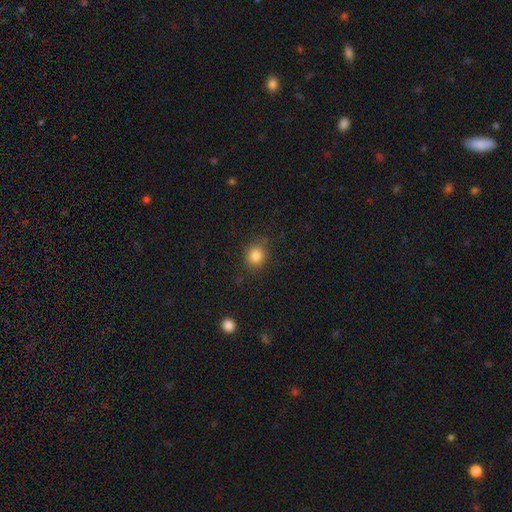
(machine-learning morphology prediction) Smooth or featured? Predicted: smooth (p=0.84). How rounded? Predicted: round (p=0.72). Merging? Predicted: none (p=0.81).